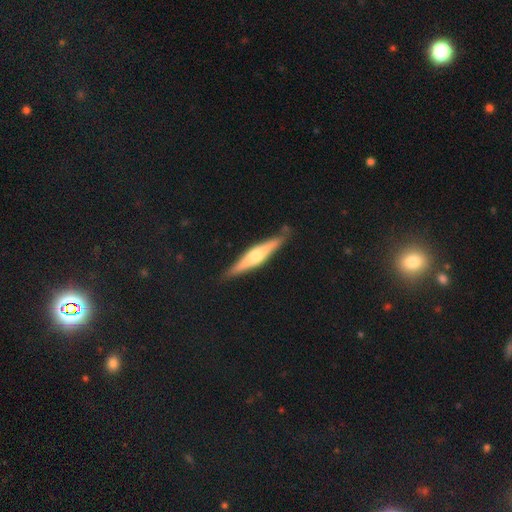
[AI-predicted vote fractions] Smooth or featured? Predicted: featured or disk (p=0.67). Edge-on disk? Predicted: yes (p=0.97). Edge-on bulge? Predicted: rounded (p=0.88). Merging? Predicted: none (p=0.86).